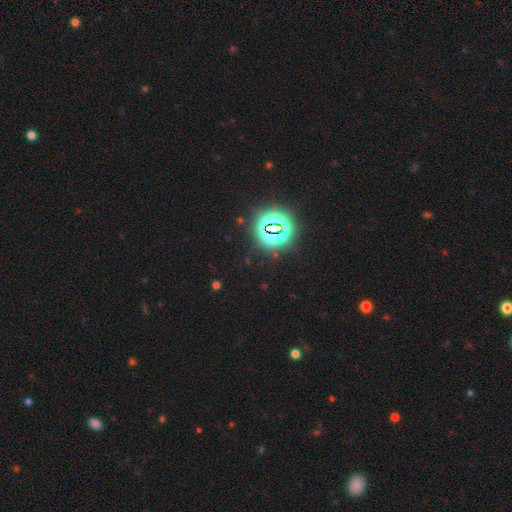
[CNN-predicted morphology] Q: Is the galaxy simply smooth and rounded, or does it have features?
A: star or artifact — 84%.